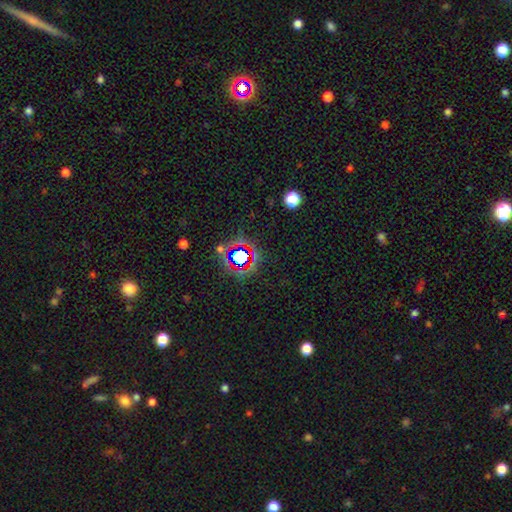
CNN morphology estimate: Overall: star or artifact (71%).